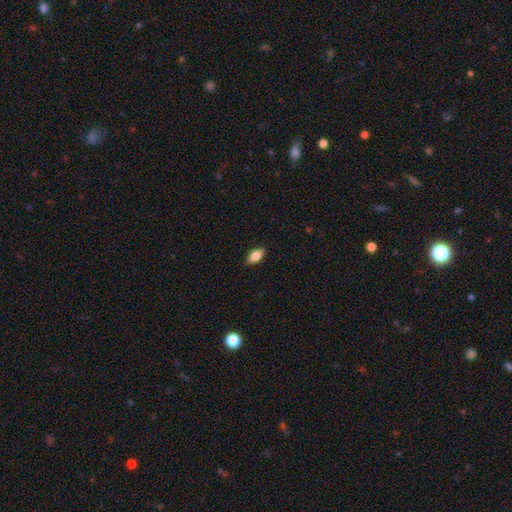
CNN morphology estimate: This is likely a smooth galaxy (78%). How rounded: clearly in between (88%). Merging: clearly none (88%).